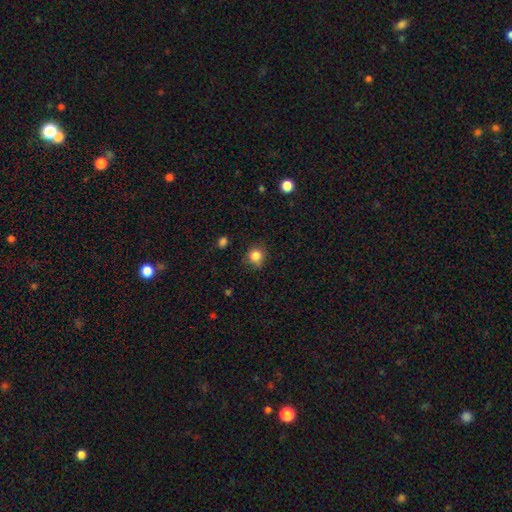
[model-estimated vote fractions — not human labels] smooth_or_featured: smooth (p=0.84) [alt: star or artifact p=0.11]
how_rounded: round (p=0.86) [alt: in between p=0.13]
merging: none (p=0.77) [alt: minor disturbance p=0.17]